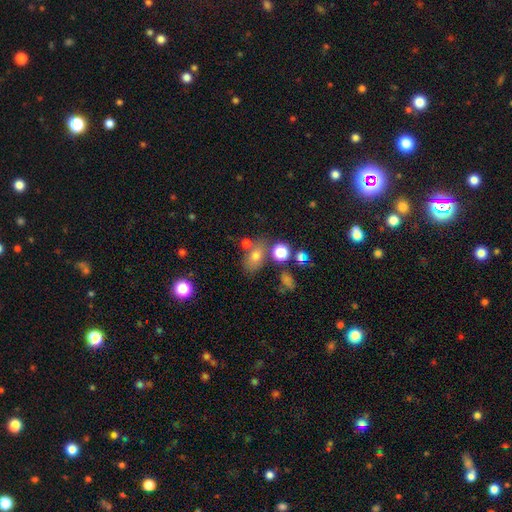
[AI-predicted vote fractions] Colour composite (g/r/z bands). It shows a smooth galaxy with no disk features (73%) that is in between round and cigar-shaped (71%). Merging: none (52%).